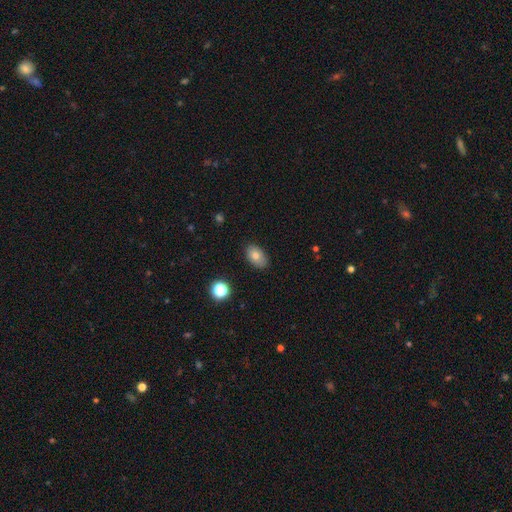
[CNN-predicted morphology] smooth_or_featured: smooth (p=0.77) [alt: featured or disk p=0.13]
how_rounded: in between (p=0.88) [alt: round p=0.11]
merging: none (p=0.85) [alt: minor disturbance p=0.11]